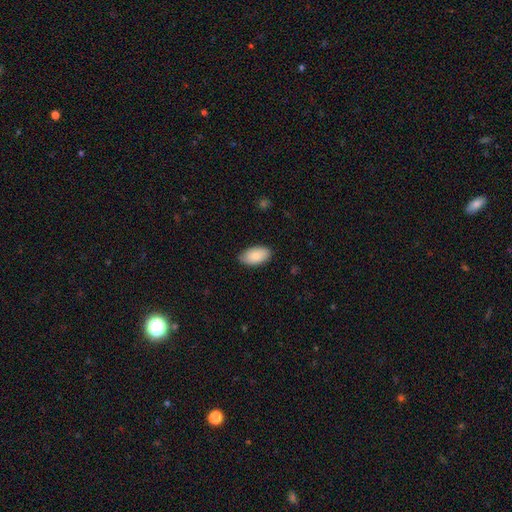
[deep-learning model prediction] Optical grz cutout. It shows a smooth galaxy with no disk features (85%) that is in between round and cigar-shaped (95%). Merging: none (83%).